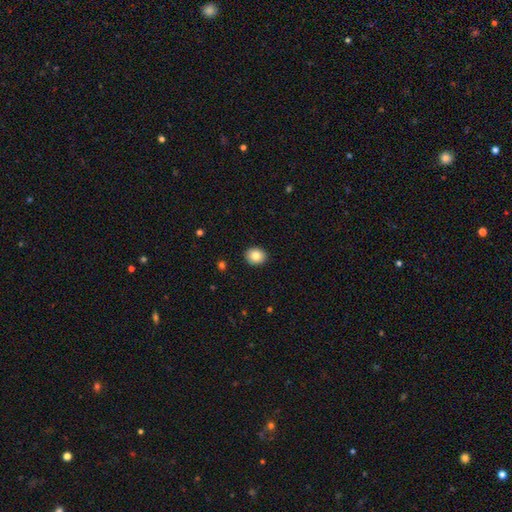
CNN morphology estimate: smooth-or-featured: smooth: 82% | featured or disk: 9% | star or artifact: 9%
  how-rounded: round: 66% | in between: 34% | cigar-shaped: 1%
  merging: none: 91% | minor disturbance: 6% | major disturbance: 2% | merger: 1%